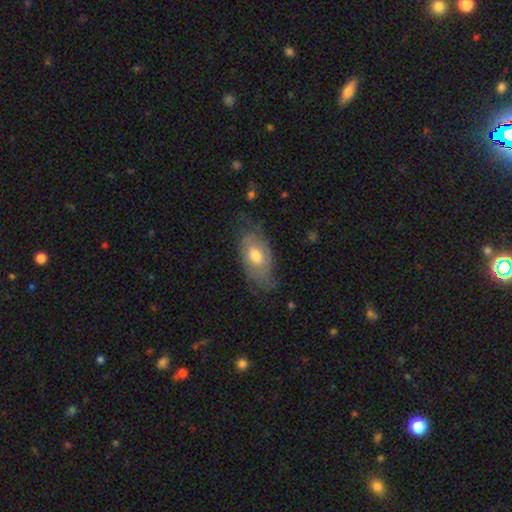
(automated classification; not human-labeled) Smooth or featured? Predicted: featured or disk (p=0.50). Merging? Predicted: none (p=0.51).